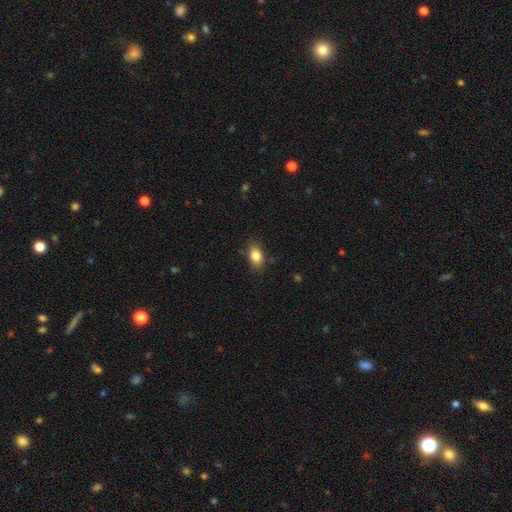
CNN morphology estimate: type=smooth (84%); roundness=in between (87%); merging=none (82%).